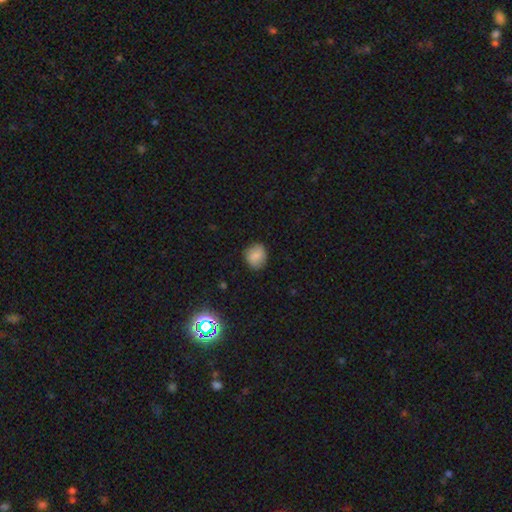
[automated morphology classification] smooth 81%, star or artifact 10%, featured or disk 9%. Down the decision tree: how rounded — round (73%); merging — none (84%).